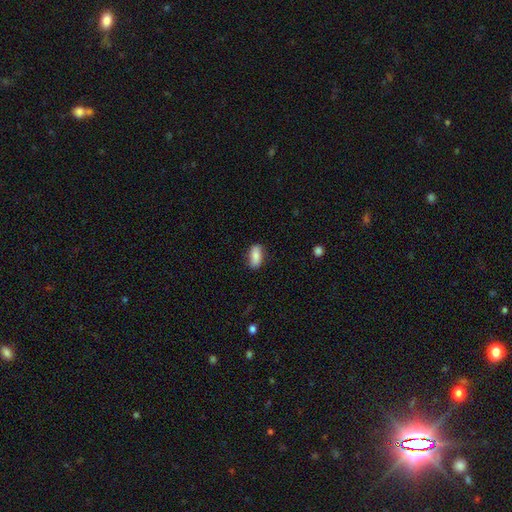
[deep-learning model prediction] smooth_or_featured: smooth (p=0.84) [alt: featured or disk p=0.10]
how_rounded: in between (p=0.88) [alt: cigar-shaped p=0.08]
merging: none (p=0.82) [alt: minor disturbance p=0.14]